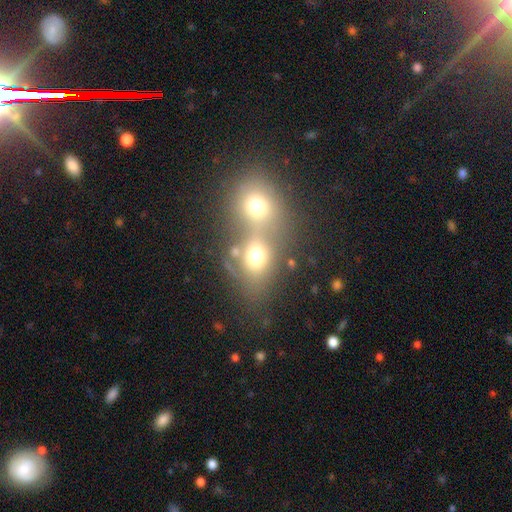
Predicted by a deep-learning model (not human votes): Smooth or featured? smooth (68%)
How rounded? round (56%)
Merging? merger (64%)